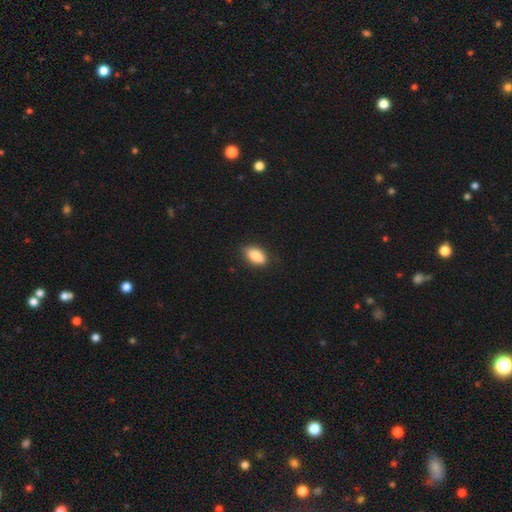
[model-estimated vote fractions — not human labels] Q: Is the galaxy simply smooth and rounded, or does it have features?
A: smooth — 87%.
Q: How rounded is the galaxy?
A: in between — 91%.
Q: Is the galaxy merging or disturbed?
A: none — 83%.